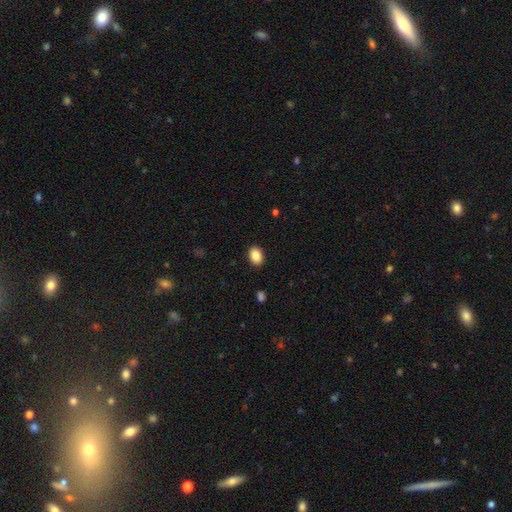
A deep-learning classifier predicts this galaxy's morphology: A smooth galaxy with no disk features (89%) that is in between round and cigar-shaped (80%). Merging: none (89%).